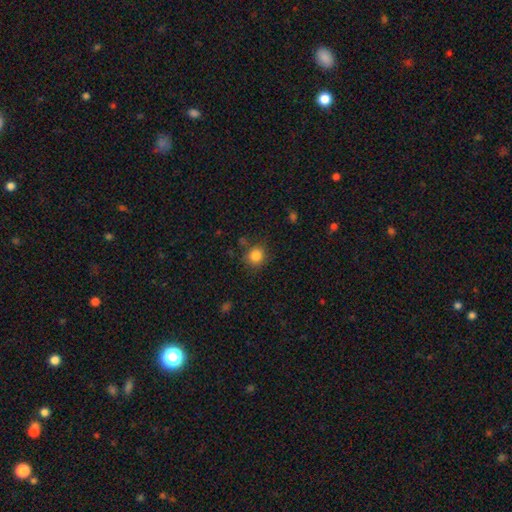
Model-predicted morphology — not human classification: Smooth or featured? Predicted: smooth (p=0.84). How rounded? Predicted: round (p=0.86). Merging? Predicted: none (p=0.80).